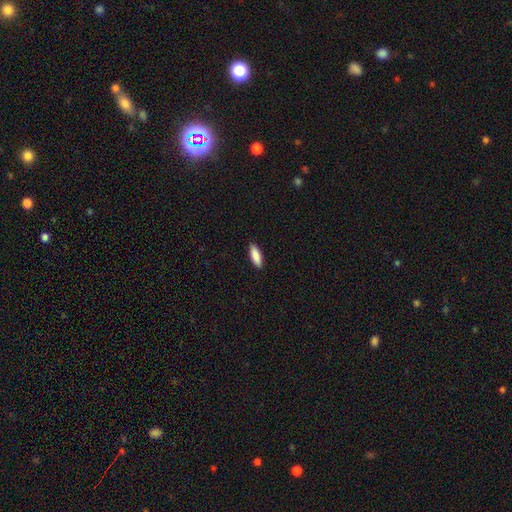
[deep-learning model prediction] Q: Smooth or featured?
A: smooth (89%); runner-up: featured or disk (6%)
Q: How rounded?
A: in between (65%); runner-up: cigar-shaped (34%)
Q: Merging?
A: none (90%); runner-up: minor disturbance (8%)